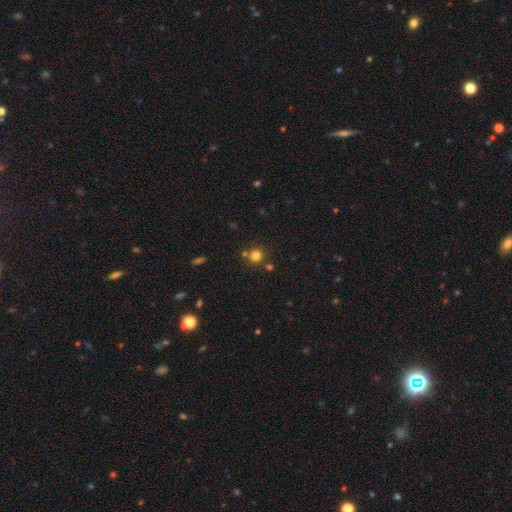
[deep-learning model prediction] Overall: smooth (78%). How rounded: round (93%). Merging: none (75%).